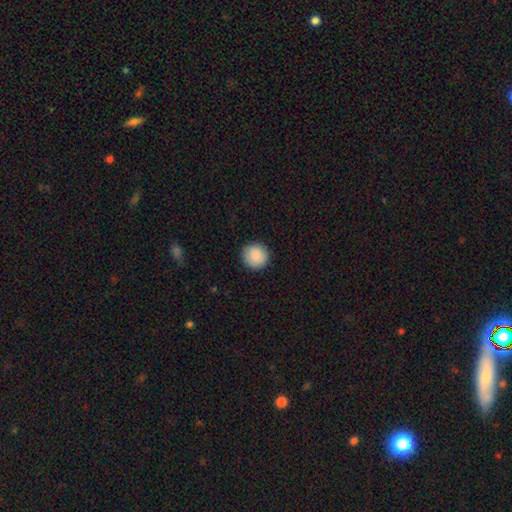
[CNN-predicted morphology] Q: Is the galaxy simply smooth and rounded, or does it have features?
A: smooth — 90%.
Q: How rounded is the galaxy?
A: round — 94%.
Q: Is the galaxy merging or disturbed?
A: none — 92%.